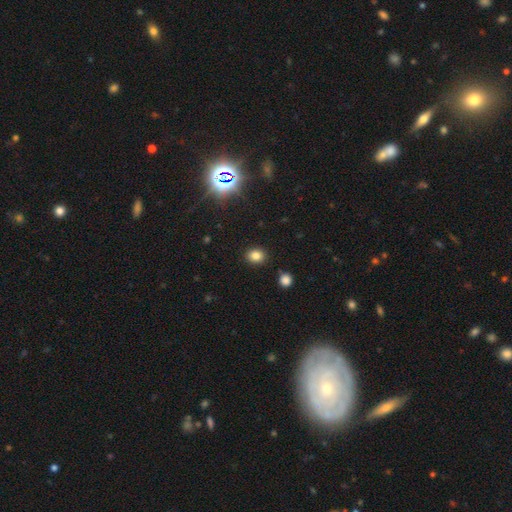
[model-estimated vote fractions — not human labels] Smooth or featured?
  - smooth: 81% *
  - star or artifact: 13%
  - featured or disk: 5%
How rounded?
  - round: 64% *
  - in between: 35%
  - cigar-shaped: 1%
Merging?
  - none: 88% *
  - minor disturbance: 7%
  - major disturbance: 2%
  - merger: 2%